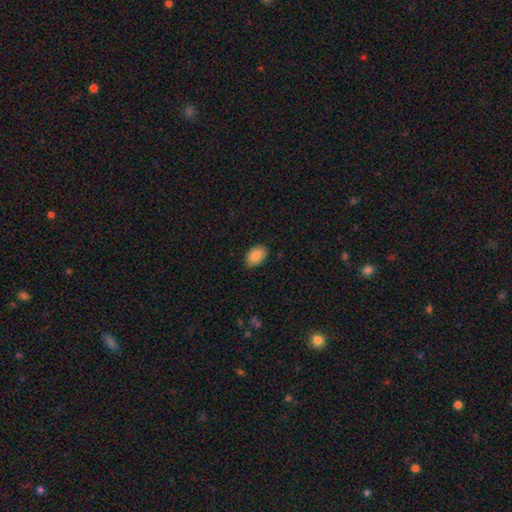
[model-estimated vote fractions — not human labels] Smooth or featured? Predicted: smooth (p=0.89). How rounded? Predicted: in between (p=0.90). Merging? Predicted: none (p=0.83).